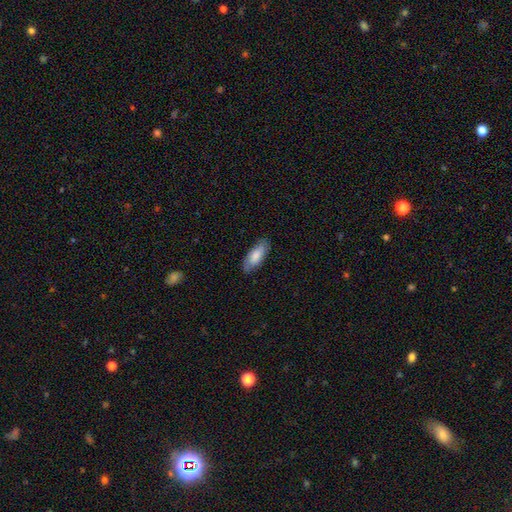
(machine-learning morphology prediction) This appears to be a smooth galaxy with no disk features (74%) that is in between round and cigar-shaped (78%). Merging: none (83%).